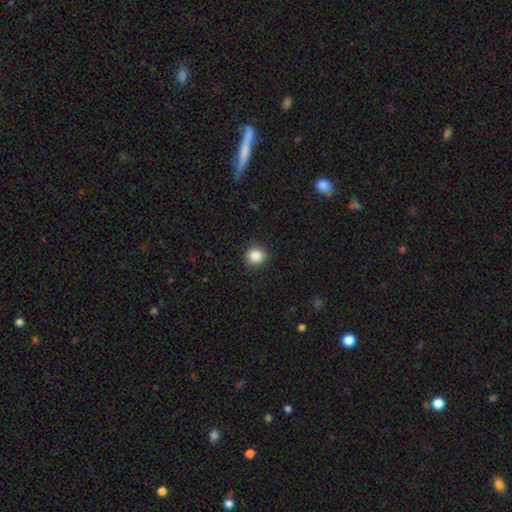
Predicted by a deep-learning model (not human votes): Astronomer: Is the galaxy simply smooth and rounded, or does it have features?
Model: smooth — 86%.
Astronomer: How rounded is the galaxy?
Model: round — 92%.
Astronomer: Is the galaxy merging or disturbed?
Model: none — 91%.